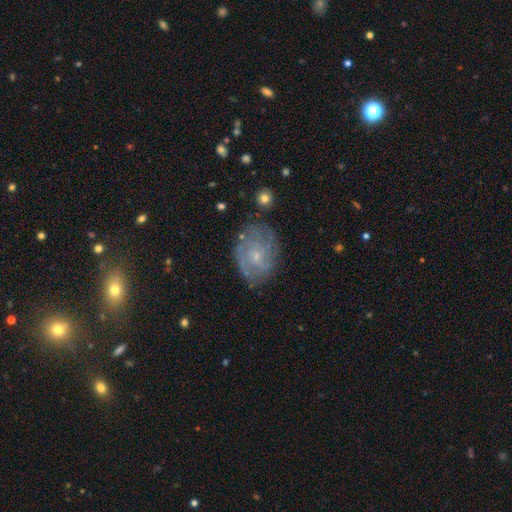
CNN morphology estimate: This appears to be a featured or disk galaxy (76%) with no bar (73%), tight (55%) spiral arms (89%) and a small central bulge (80%). Merging: none (73%).